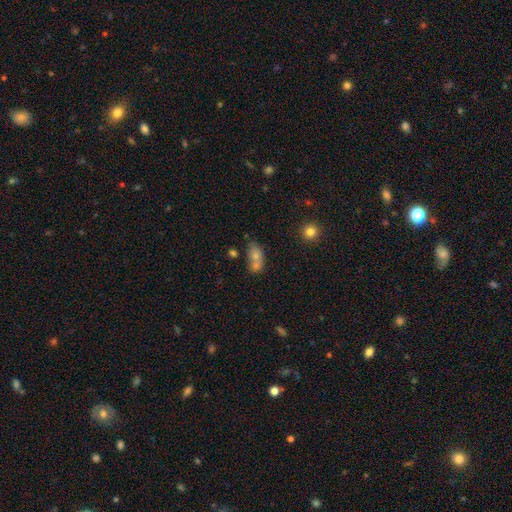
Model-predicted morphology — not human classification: The model was most divided on "merging": merger: 48%, none: 35%, minor disturbance: 11%, major disturbance: 6%. More confident: how rounded — in between (71%); smooth or featured — smooth (66%).